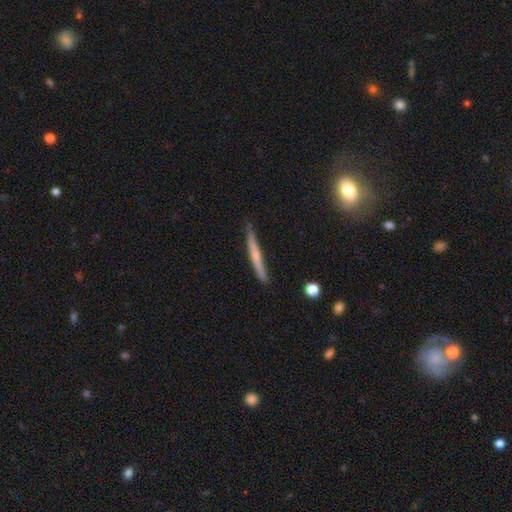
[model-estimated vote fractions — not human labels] A featured or disk galaxy (47%, tied with smooth). Merging: none (85%).